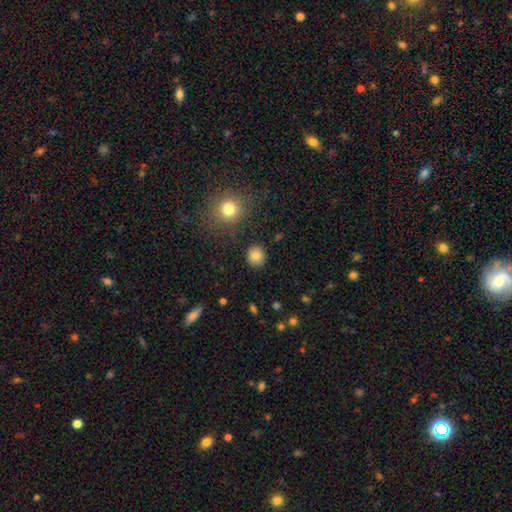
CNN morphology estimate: This appears to be a smooth galaxy with no disk features (83%) that is round (87%). Merging: none (89%).